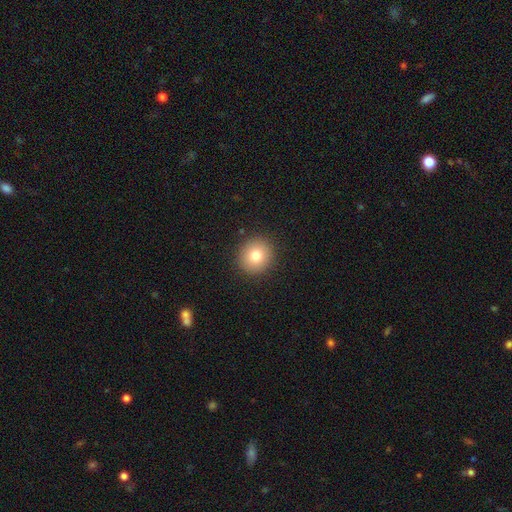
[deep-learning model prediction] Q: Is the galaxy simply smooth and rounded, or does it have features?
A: smooth — 79%.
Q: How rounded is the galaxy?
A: round — 91%.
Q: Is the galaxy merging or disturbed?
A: none — 91%.